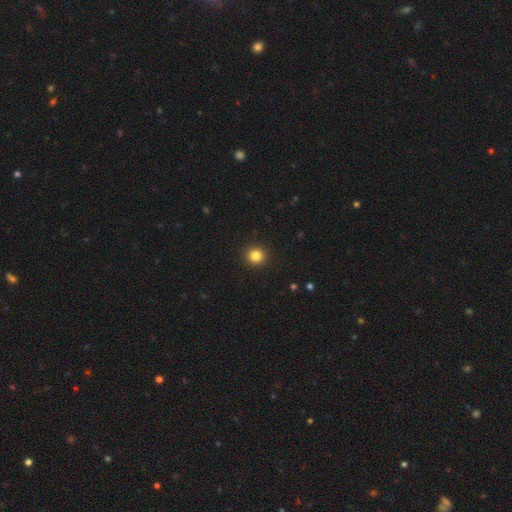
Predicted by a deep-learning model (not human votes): smooth-or-featured: smooth: 83% | star or artifact: 12% | featured or disk: 5%
  how-rounded: round: 93% | in between: 6% | cigar-shaped: 1%
  merging: none: 93% | minor disturbance: 5% | major disturbance: 2% | merger: 1%